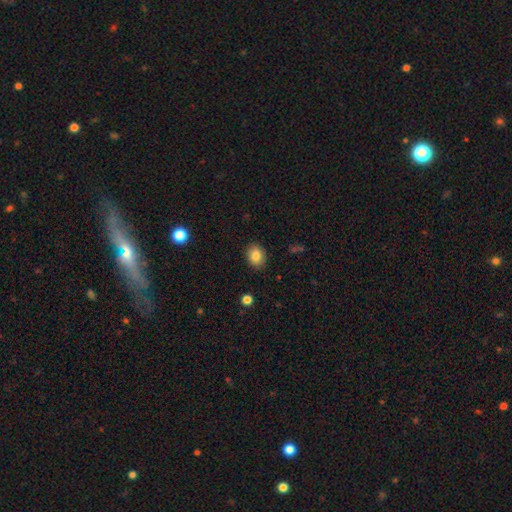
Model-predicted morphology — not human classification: Smooth or featured? smooth (84%)
How rounded? in between (53%)
Merging? none (88%)